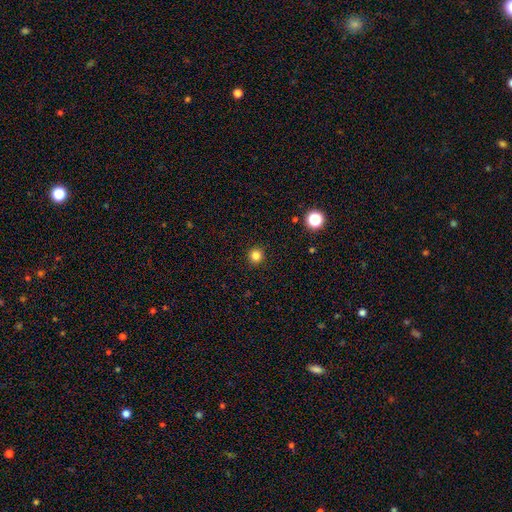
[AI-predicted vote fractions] Smooth or featured: smooth — 83% (star or artifact — 13%)
How rounded: round — 94% (in between — 5%)
Merging: none — 92% (minor disturbance — 5%)